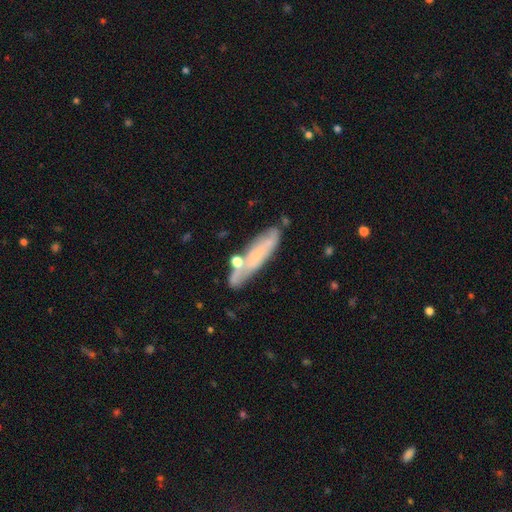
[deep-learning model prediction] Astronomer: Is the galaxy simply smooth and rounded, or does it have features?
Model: smooth — 47% (runner-up: featured or disk, 44%).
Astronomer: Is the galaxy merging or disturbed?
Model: none — 65%.